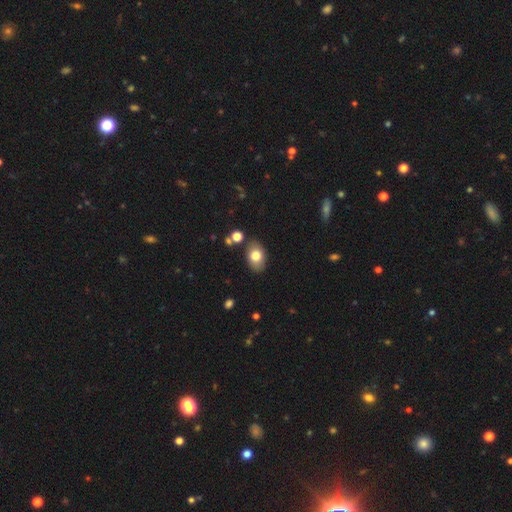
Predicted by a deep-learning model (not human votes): This is likely a smooth galaxy (78%). How rounded: clearly in between (81%). Merging: clearly none (81%).